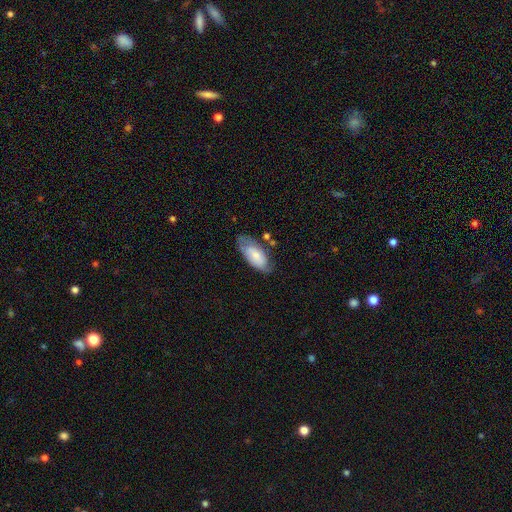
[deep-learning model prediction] smooth-or-featured: smooth: 66% | featured or disk: 28% | star or artifact: 6%
  how-rounded: in between: 89% | cigar-shaped: 8% | round: 2%
  merging: none: 57% | minor disturbance: 29% | major disturbance: 9% | merger: 5%